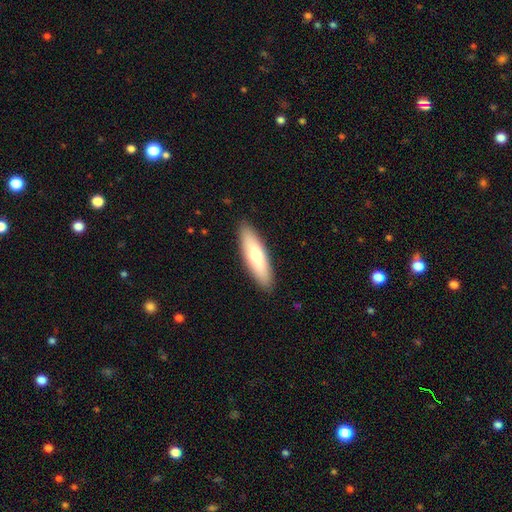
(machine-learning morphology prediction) Q: Smooth or featured?
A: smooth (69%); runner-up: featured or disk (26%)
Q: How rounded?
A: cigar-shaped (61%); runner-up: in between (37%)
Q: Merging?
A: none (89%); runner-up: minor disturbance (8%)